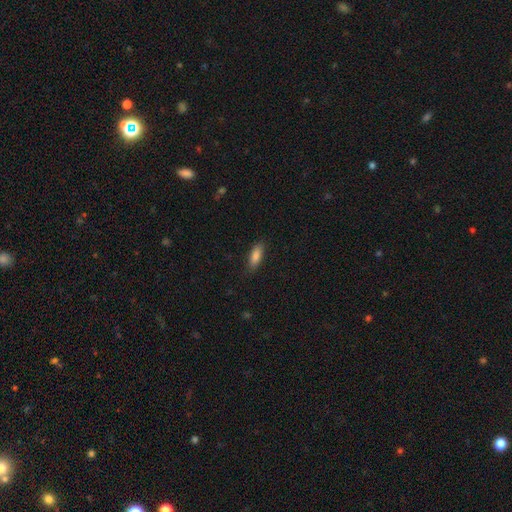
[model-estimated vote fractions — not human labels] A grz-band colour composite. It shows a smooth galaxy with no disk features (86%) that is in between round and cigar-shaped (69%). Merging: none (83%).